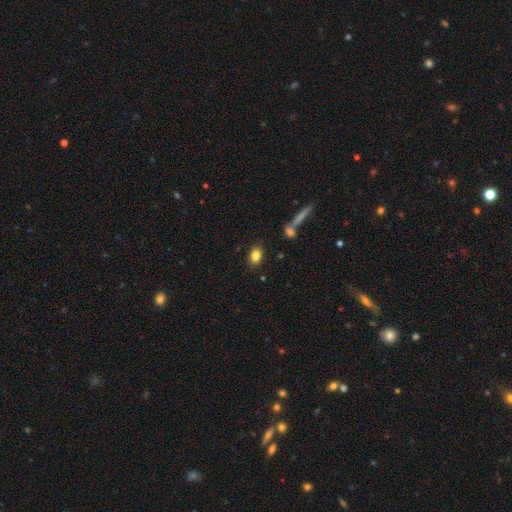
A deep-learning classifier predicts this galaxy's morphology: type=smooth (83%); roundness=in between (75%); merging=none (83%).